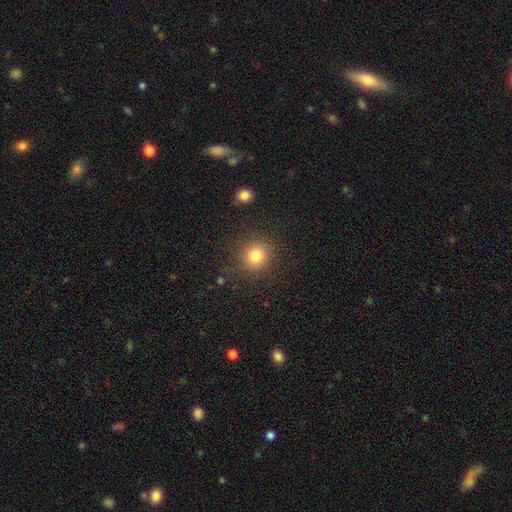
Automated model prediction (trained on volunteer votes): smooth 82%, star or artifact 12%, featured or disk 6%. Down the decision tree: how rounded — round (90%); merging — none (88%).